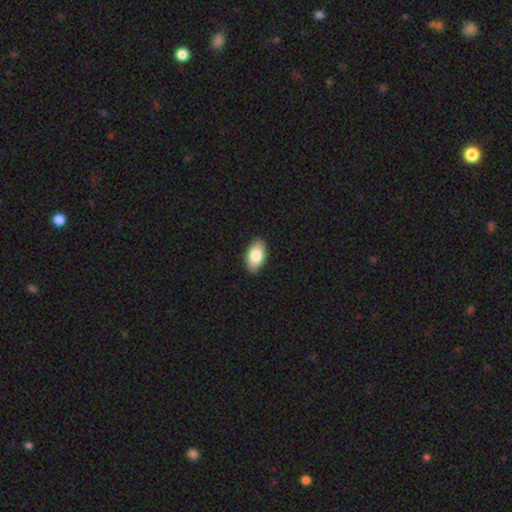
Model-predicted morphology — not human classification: A smooth galaxy with no disk features (82%) that is in between round and cigar-shaped (94%). Merging: none (89%).